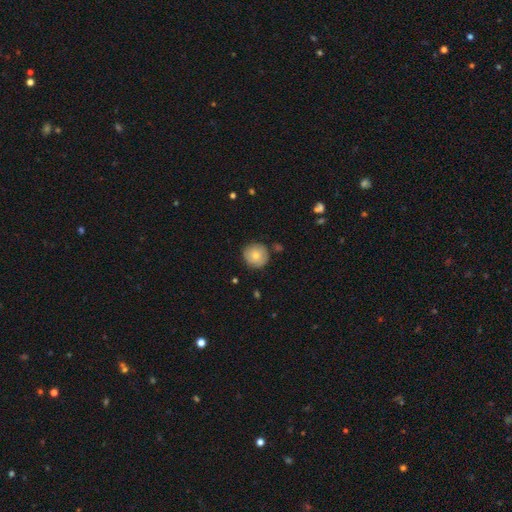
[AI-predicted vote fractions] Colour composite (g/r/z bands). It shows a smooth galaxy with no disk features (73%) that is round (93%). Merging: none (82%).